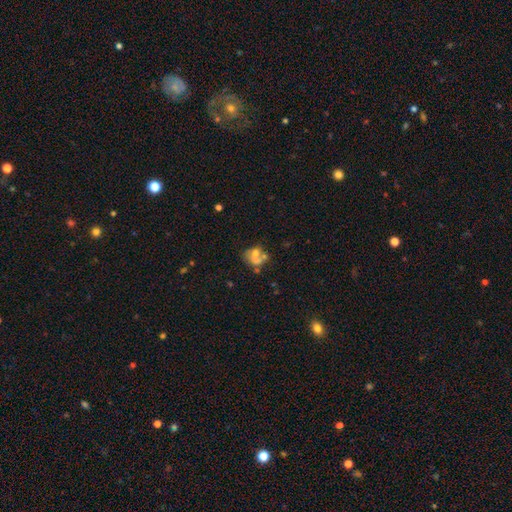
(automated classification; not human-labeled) A smooth galaxy with no disk features (49%). Merging: merger (41%).